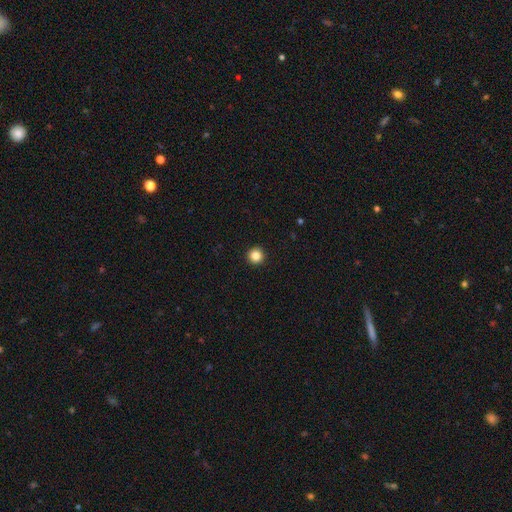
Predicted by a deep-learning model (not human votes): Smooth or featured? Predicted: smooth (p=0.85). How rounded? Predicted: round (p=0.96). Merging? Predicted: none (p=0.94).